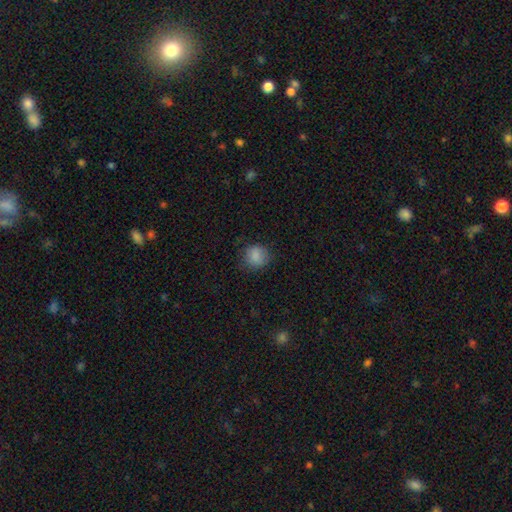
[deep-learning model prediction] A smooth galaxy with no disk features (86%) that is round (82%). Merging: none (78%).